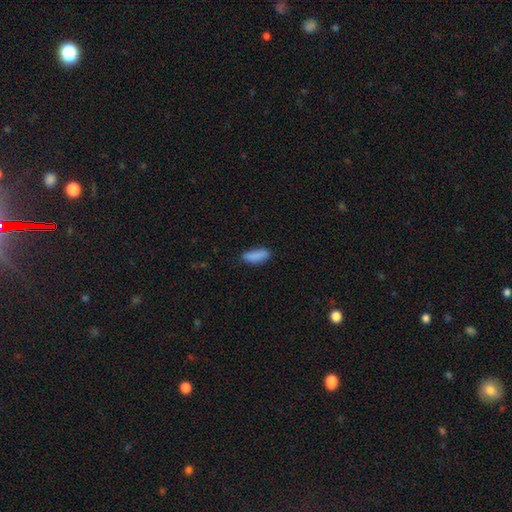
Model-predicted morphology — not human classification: The model was most divided on "how rounded": in between: 65%, cigar-shaped: 33%, round: 2%. More confident: smooth or featured — smooth (87%); merging — none (74%).